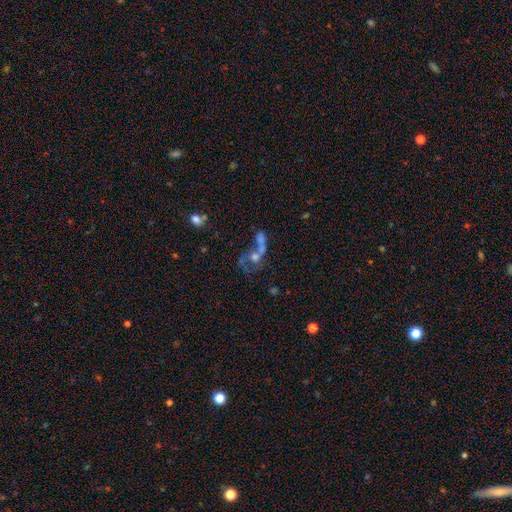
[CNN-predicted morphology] Overall: featured or disk (55%; smooth 26%). Edge-on disk: no (95%). Bar: no (77%). Spiral arms: yes (54%; no 46%). Bulge size: moderate (45%; small 23%). Merging: merger (57%; none 21%).